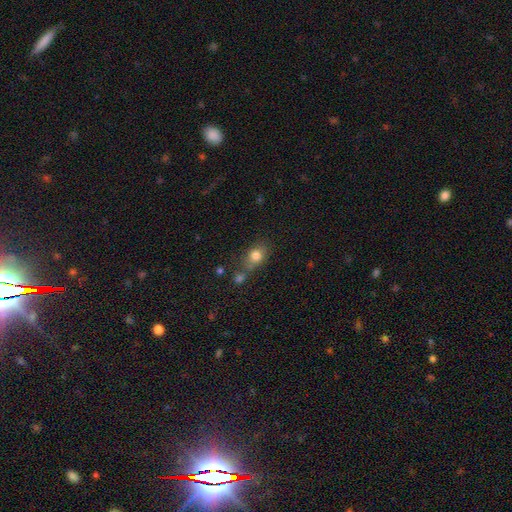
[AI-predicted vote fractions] The model was most divided on "how rounded": in between: 53%, round: 45%, cigar-shaped: 2%. More confident: smooth or featured — smooth (80%); merging — none (51%).